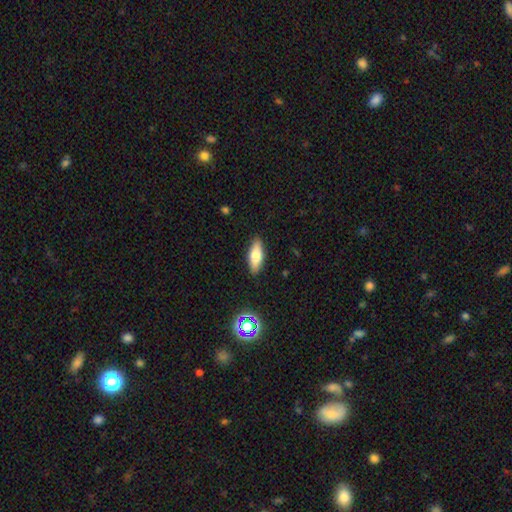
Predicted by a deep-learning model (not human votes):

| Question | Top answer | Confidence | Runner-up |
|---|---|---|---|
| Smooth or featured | smooth | 70% | featured or disk (23%) |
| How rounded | in between | 67% | cigar-shaped (30%) |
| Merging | none | 88% | minor disturbance (9%) |